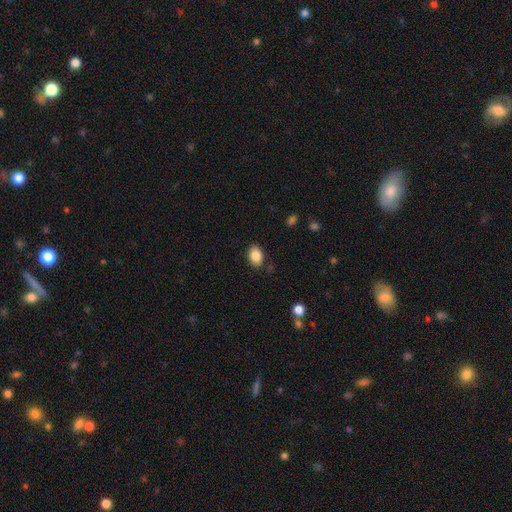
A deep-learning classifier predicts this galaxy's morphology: smooth_or_featured: smooth (p=0.87) [alt: star or artifact p=0.08]
how_rounded: in between (p=0.78) [alt: round p=0.21]
merging: none (p=0.85) [alt: minor disturbance p=0.10]